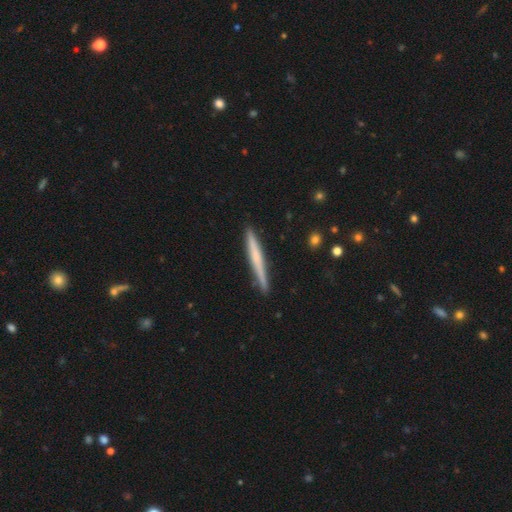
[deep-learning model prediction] Smooth or featured? smooth (49%)
Merging? none (89%)